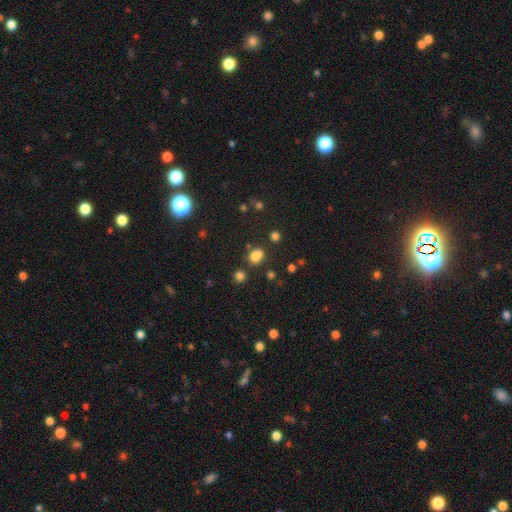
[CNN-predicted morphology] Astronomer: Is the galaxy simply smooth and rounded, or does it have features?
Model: smooth — 76%.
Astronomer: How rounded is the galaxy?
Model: in between — 60% (runner-up: round, 39%).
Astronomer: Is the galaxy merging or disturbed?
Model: none — 70%.